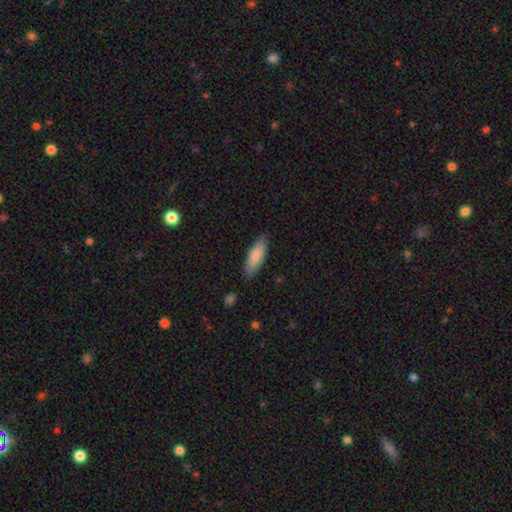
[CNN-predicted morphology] type=smooth (83%); roundness=in between (56%); merging=none (84%).